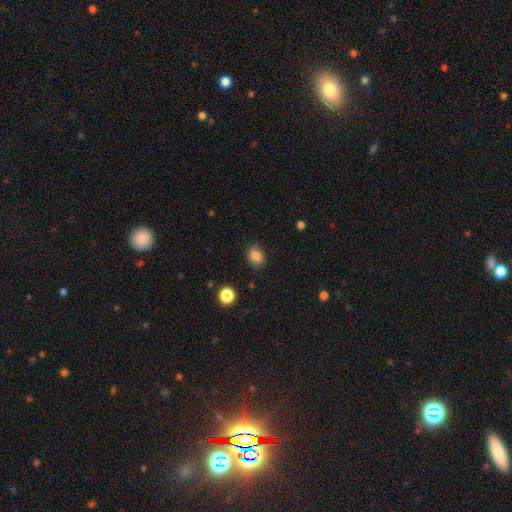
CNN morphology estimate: Smooth or featured? Predicted: smooth (p=0.84). How rounded? Predicted: round (p=0.52). Merging? Predicted: none (p=0.86).